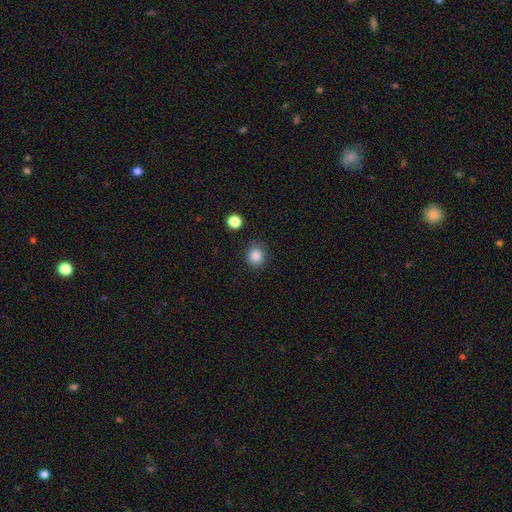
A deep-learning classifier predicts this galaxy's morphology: This appears to be a smooth galaxy with no disk features (86%) that is round (86%). Merging: none (87%).